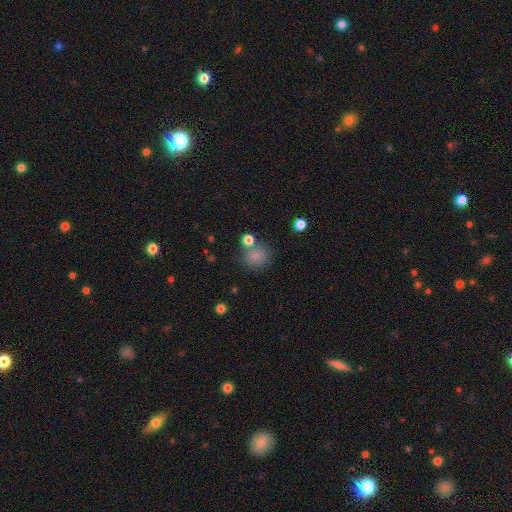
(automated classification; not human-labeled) Morphology: type=smooth (80%); roundness=round (78%); merging=none (66%).